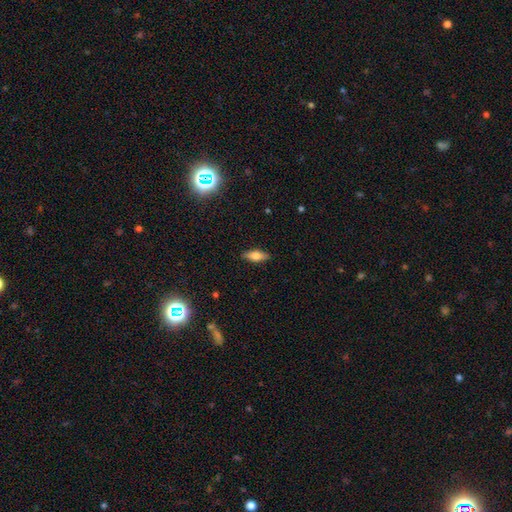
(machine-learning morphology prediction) type=smooth (64%); roundness=in between (68%); merging=none (88%).